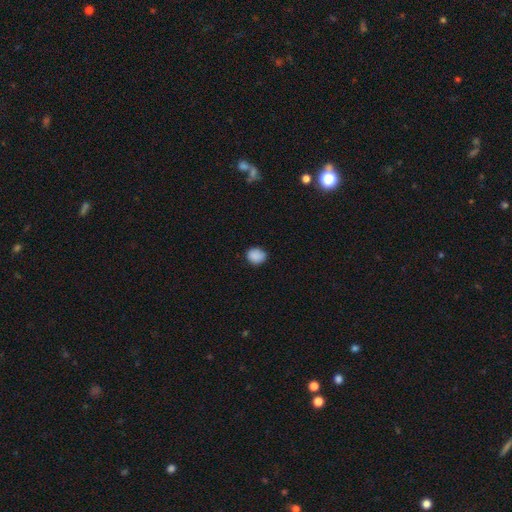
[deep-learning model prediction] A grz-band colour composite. It shows a smooth galaxy with no disk features (88%) that is round (68%). Merging: none (83%).